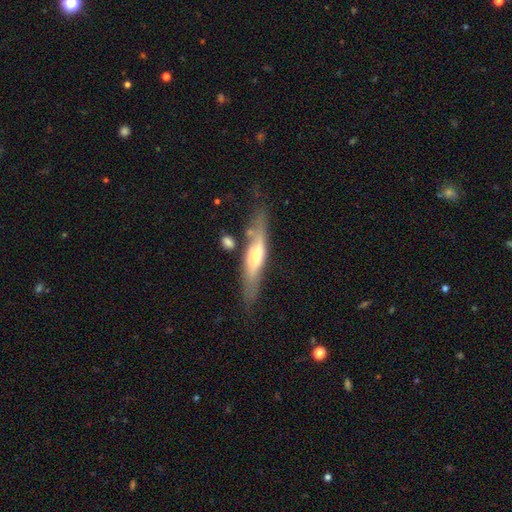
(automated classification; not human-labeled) Smooth or featured? Predicted: featured or disk (p=0.61). Edge-on disk? Predicted: yes (p=0.75). Merging? Predicted: none (p=0.68).